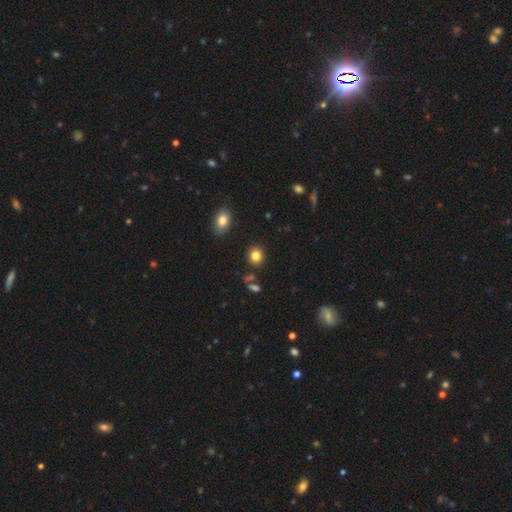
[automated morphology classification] Overall: smooth (84%). How rounded: round (78%). Merging: none (86%).